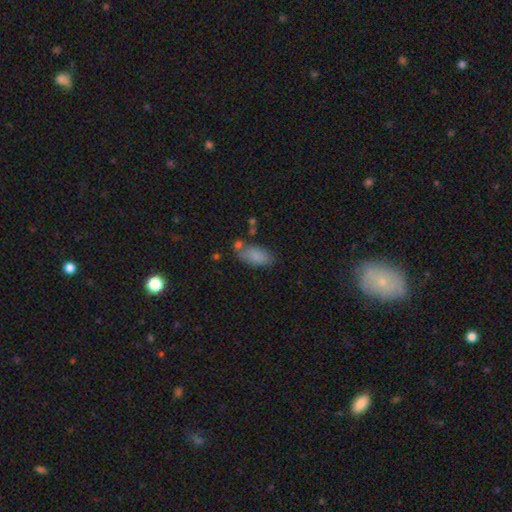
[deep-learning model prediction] smooth_or_featured: smooth (p=0.82) [alt: featured or disk p=0.09]
how_rounded: in between (p=0.92) [alt: cigar-shaped p=0.05]
merging: none (p=0.58) [alt: minor disturbance p=0.22]